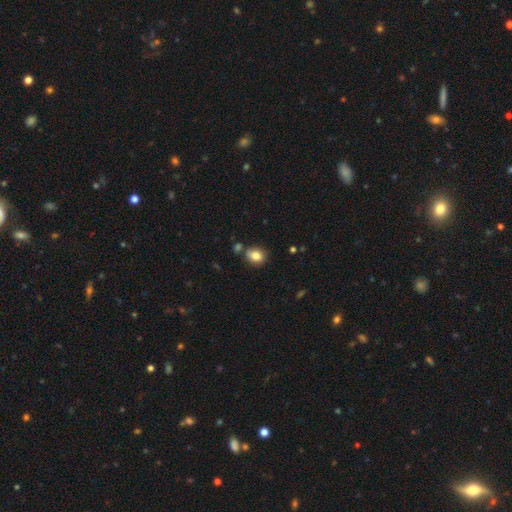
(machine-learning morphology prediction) smooth-or-featured: smooth: 84% | star or artifact: 9% | featured or disk: 7%
  how-rounded: round: 56% | in between: 43% | cigar-shaped: 1%
  merging: none: 74% | minor disturbance: 12% | merger: 11% | major disturbance: 3%